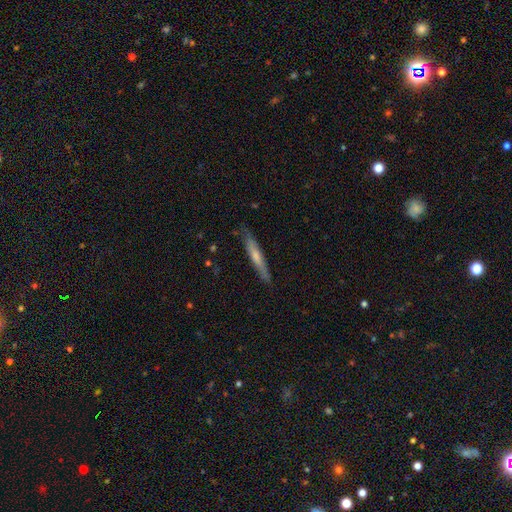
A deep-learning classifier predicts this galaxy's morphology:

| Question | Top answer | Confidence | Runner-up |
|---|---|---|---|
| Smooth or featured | smooth | 48% | featured or disk (46%) |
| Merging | none | 83% | minor disturbance (13%) |